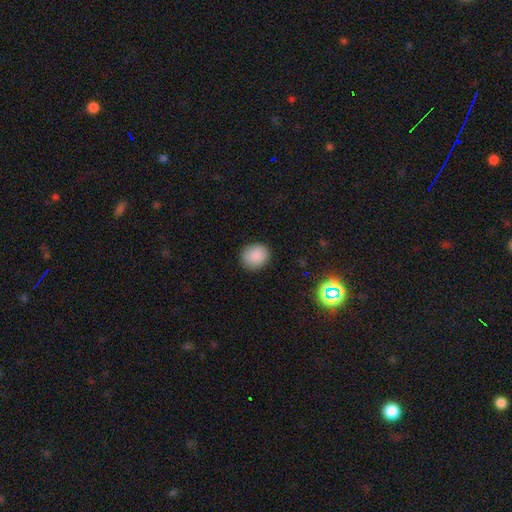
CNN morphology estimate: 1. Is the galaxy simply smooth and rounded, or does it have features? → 87% smooth, 9% star or artifact, 4% featured or disk.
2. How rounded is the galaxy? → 72% round, 27% in between, 1% cigar-shaped.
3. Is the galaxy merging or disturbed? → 88% none, 9% minor disturbance, 2% major disturbance, 1% merger.